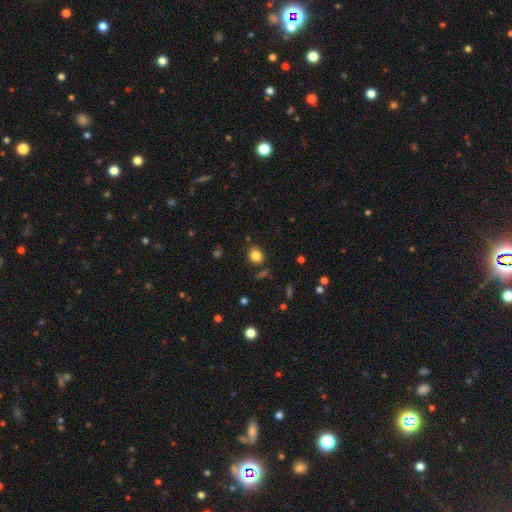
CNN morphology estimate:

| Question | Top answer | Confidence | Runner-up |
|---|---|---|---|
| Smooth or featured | smooth | 82% | star or artifact (12%) |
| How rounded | round | 67% | in between (32%) |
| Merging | none | 83% | minor disturbance (11%) |